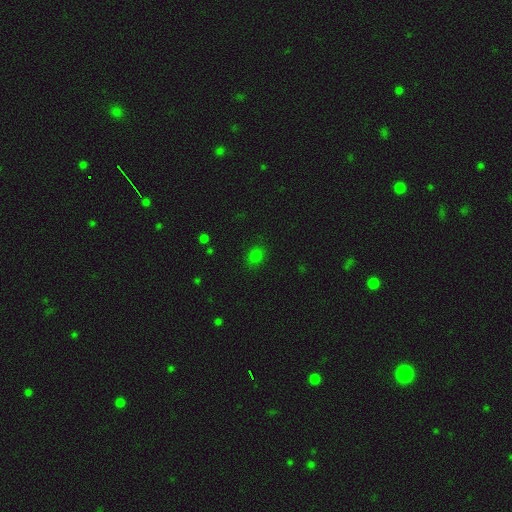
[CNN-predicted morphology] This is likely a smooth galaxy (78%). How rounded: possibly round (56%). Merging: clearly none (85%).